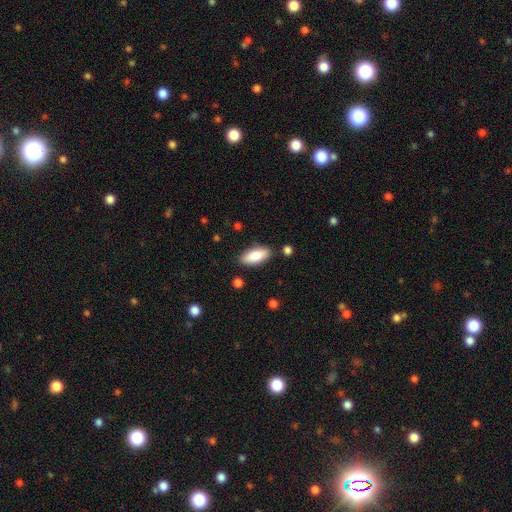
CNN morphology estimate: type=smooth (83%); roundness=in between (84%); merging=none (85%).